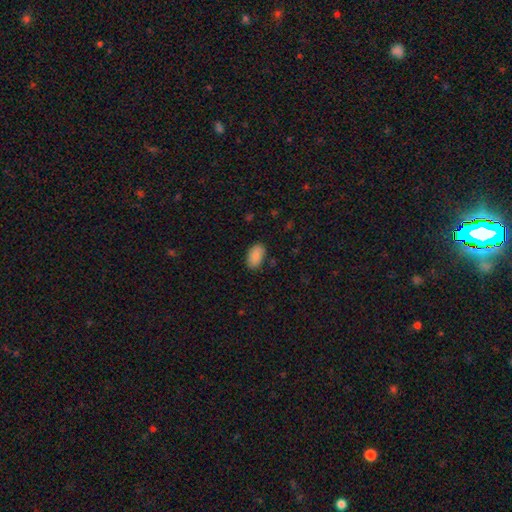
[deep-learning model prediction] smooth 88%, star or artifact 7%, featured or disk 5%. Down the decision tree: how rounded — in between (94%); merging — none (84%).